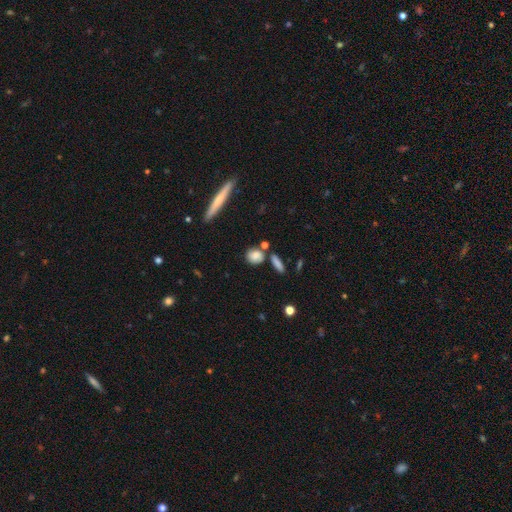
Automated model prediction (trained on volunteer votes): Overall: smooth (77%). How rounded: round (56%; in between 35%). Merging: none (69%).